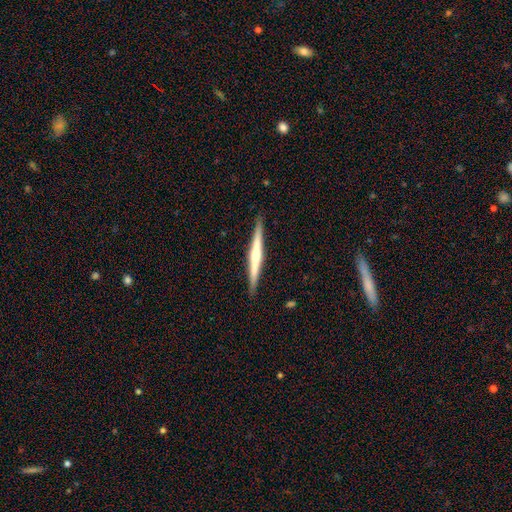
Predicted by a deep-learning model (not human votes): The model was most divided on "edge-on bulge": rounded: 65%, none: 26%, boxy: 9%. More confident: edge-on disk — yes (98%); merging — none (91%); smooth or featured — featured or disk (67%).